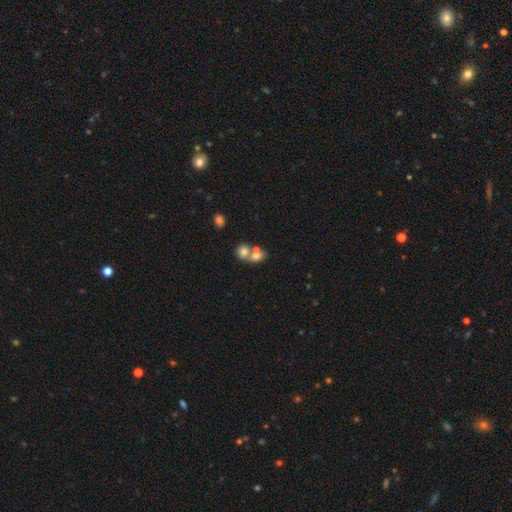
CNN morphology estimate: Q: Smooth or featured?
A: smooth (67%); runner-up: featured or disk (21%)
Q: How rounded?
A: round (61%); runner-up: in between (37%)
Q: Merging?
A: merger (65%); runner-up: none (25%)